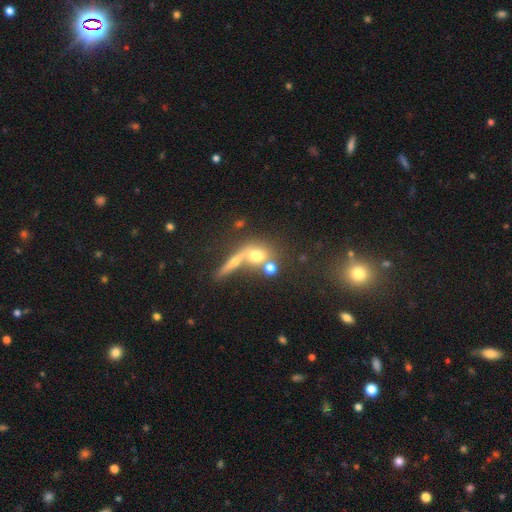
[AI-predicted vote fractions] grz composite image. It shows a smooth galaxy with no disk features (57%) that is round (63%). Merging: merger (42%).